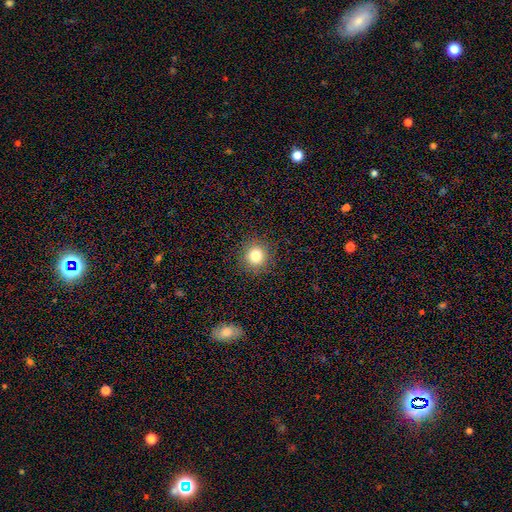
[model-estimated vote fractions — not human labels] smooth_or_featured: smooth (p=0.79) [alt: star or artifact p=0.13]
how_rounded: round (p=0.93) [alt: in between p=0.07]
merging: none (p=0.89) [alt: minor disturbance p=0.07]